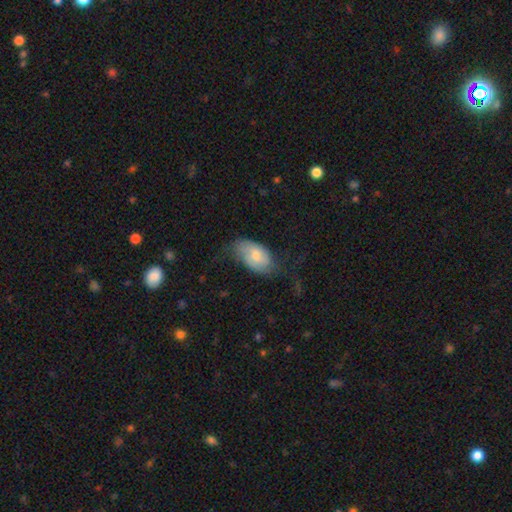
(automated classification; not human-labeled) Smooth or featured? Predicted: smooth (p=0.54). How rounded? Predicted: in between (p=0.92). Merging? Predicted: none (p=0.47).